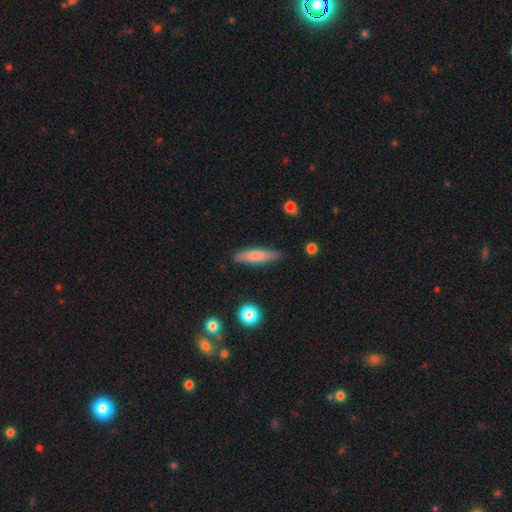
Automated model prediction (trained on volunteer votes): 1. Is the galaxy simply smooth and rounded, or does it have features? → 76% smooth, 18% featured or disk, 6% star or artifact.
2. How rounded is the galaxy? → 77% cigar-shaped, 21% in between, 2% round.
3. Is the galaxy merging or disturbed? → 84% none, 12% minor disturbance, 2% major disturbance, 2% merger.